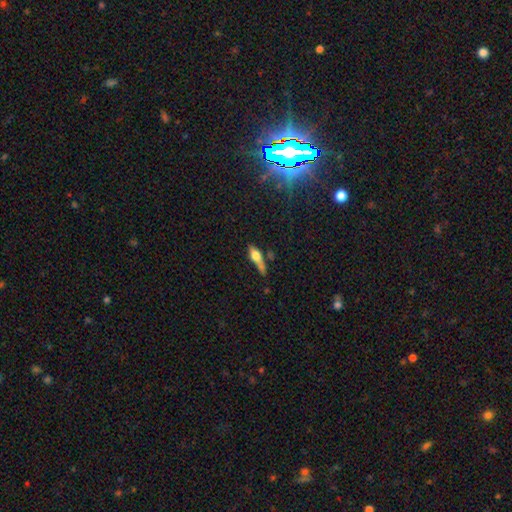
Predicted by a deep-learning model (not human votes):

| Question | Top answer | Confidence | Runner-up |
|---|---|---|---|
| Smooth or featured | smooth | 50% | featured or disk (40%) |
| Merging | none | 45% | minor disturbance (26%) |